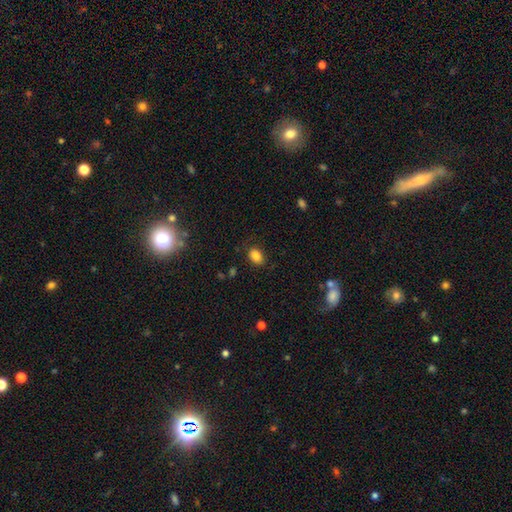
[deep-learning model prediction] A smooth galaxy with no disk features (83%) that is in between round and cigar-shaped (76%). Merging: none (80%).